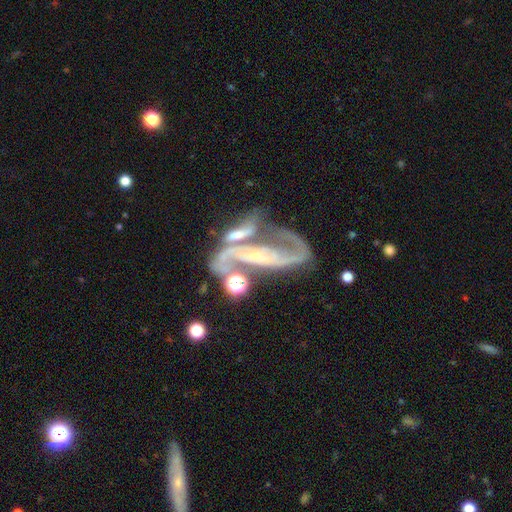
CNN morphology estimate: The model was most divided on "spiral winding": loose: 43%, medium: 40%, tight: 17%. Remaining: edge-on disk — no (91%); spiral arms — yes (89%); smooth or featured — featured or disk (83%); spiral arm count — 2 (83%); bulge size — small (60%); bar — strong (38%); merging — merger (35%).